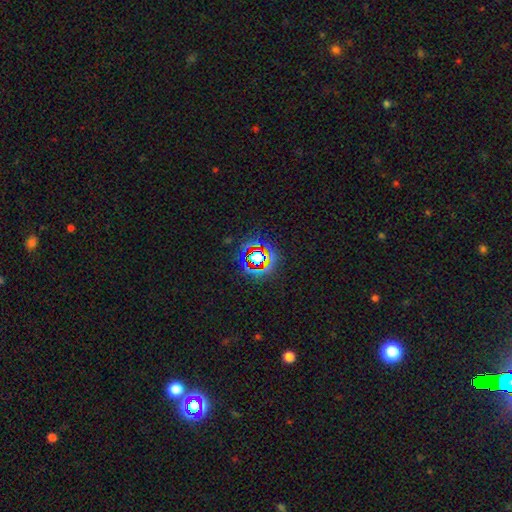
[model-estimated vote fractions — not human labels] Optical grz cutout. It shows a star or artifact, not a galaxy (70%).